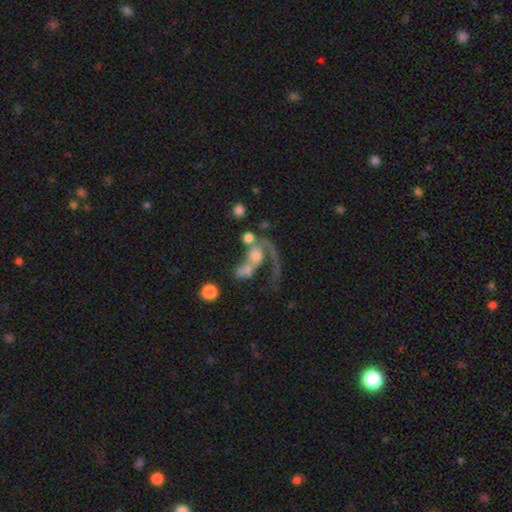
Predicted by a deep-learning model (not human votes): Smooth or featured? featured or disk (58%)
Edge-on disk? no (96%)
Bar? no (78%)
Spiral arms? yes (60%)
Bulge size? moderate (36%)
Merging? merger (47%)